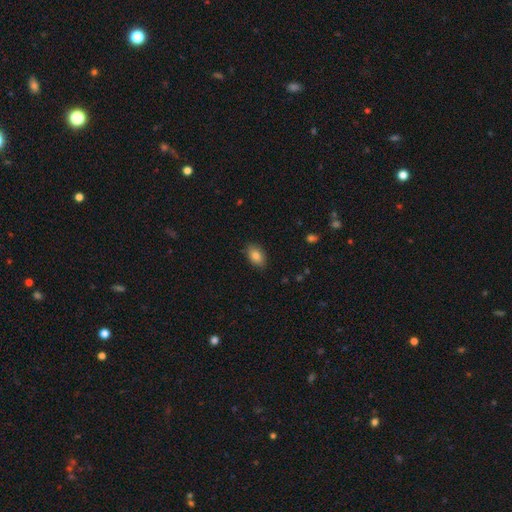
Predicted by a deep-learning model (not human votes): The model was most divided on "smooth or featured": smooth: 84%, star or artifact: 8%, featured or disk: 8%. More confident: how rounded — in between (88%); merging — none (87%).